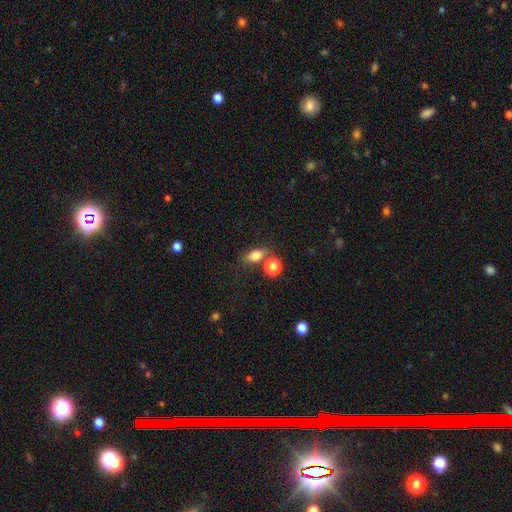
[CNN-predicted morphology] A smooth galaxy with no disk features (77%) that is in between round and cigar-shaped (72%). Merging: none (64%).